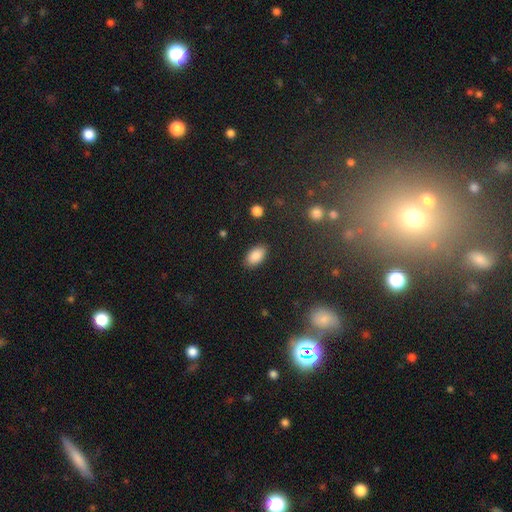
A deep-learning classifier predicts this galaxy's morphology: Smooth or featured: smooth — 88% (star or artifact — 8%)
How rounded: in between — 93% (round — 5%)
Merging: none — 87% (minor disturbance — 9%)